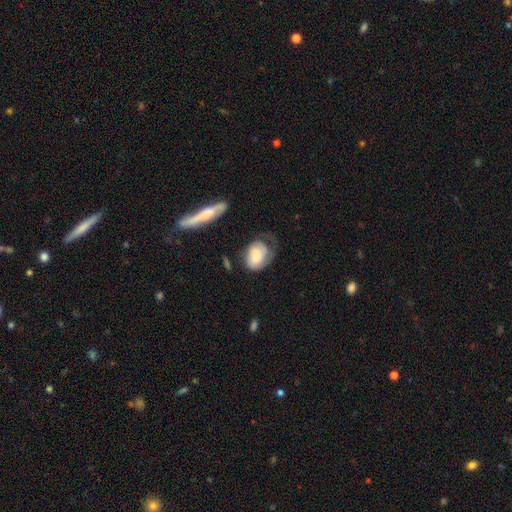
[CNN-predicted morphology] Smooth or featured? featured or disk (48%)
Merging? none (40%)